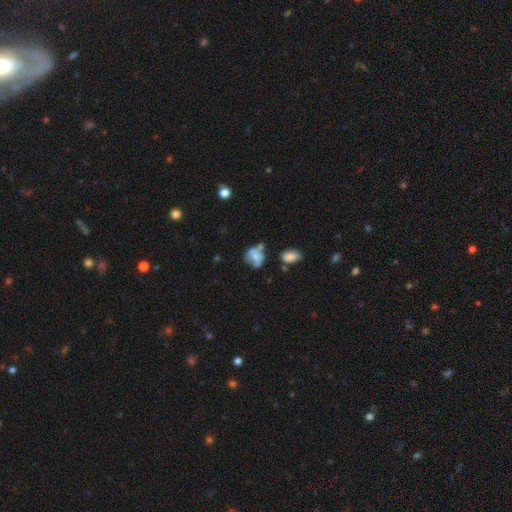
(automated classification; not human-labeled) Smooth or featured? Predicted: smooth (p=0.49). Merging? Predicted: none (p=0.40).